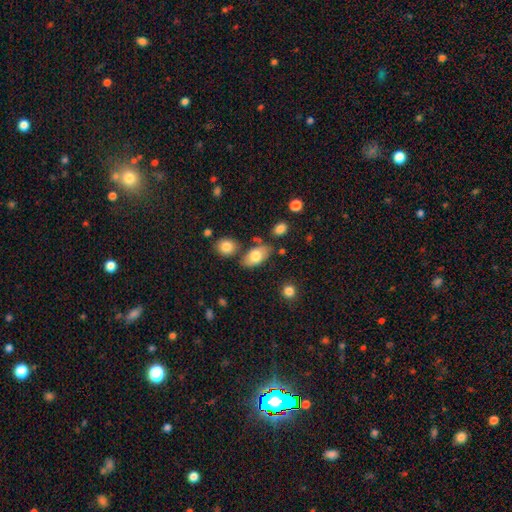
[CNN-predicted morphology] This is likely a smooth galaxy (75%). How rounded: clearly in between (90%). Merging: likely none (73%).